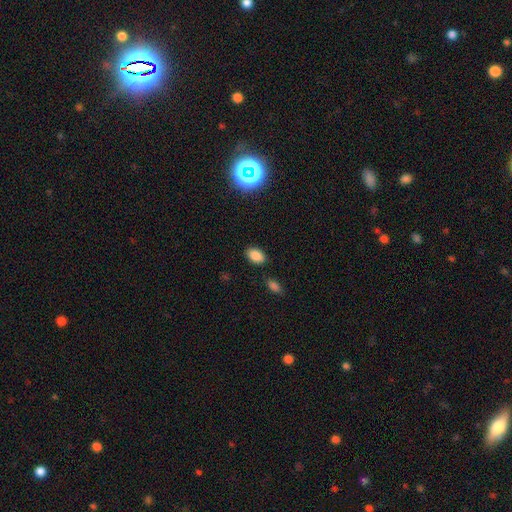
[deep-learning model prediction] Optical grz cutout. It shows a smooth galaxy with no disk features (85%) that is in between round and cigar-shaped (87%). Merging: none (85%).